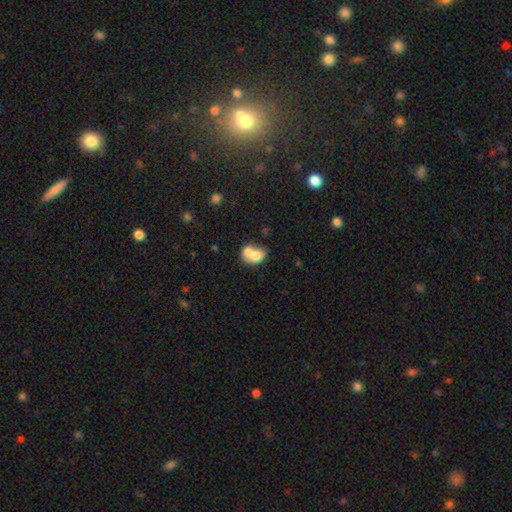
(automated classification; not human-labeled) The model was most divided on "how rounded": in between: 58%, round: 41%, cigar-shaped: 1%. More confident: merging — merger (72%); smooth or featured — smooth (70%).